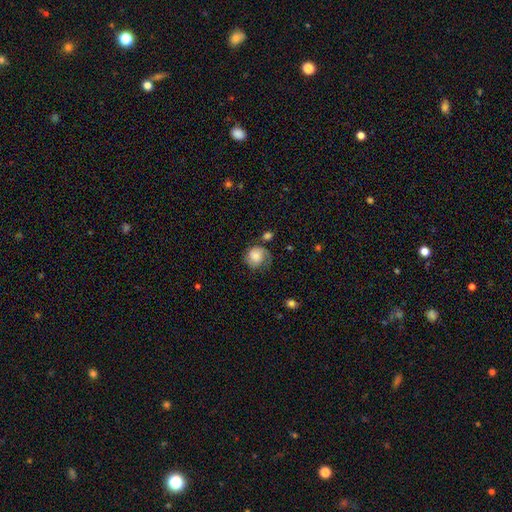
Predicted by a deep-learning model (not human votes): Morphology: type=smooth (57%); roundness=round (80%); merging=none (53%).